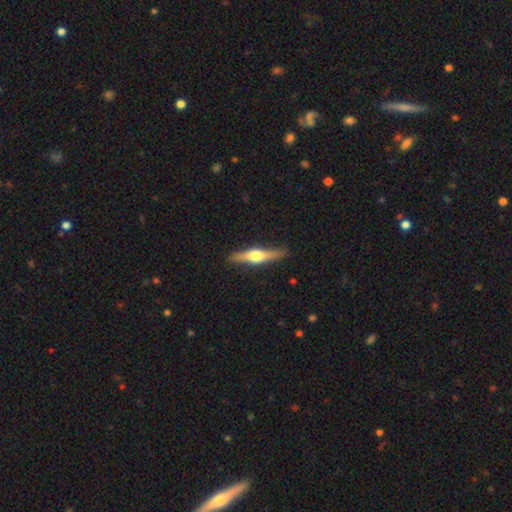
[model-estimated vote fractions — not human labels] smooth-or-featured: featured or disk: 68% | smooth: 27% | star or artifact: 5%
  disk-edge-on: yes: 96% | no: 4%
    edge-on-bulge: rounded: 94% | boxy: 4% | none: 2%
  merging: none: 88% | minor disturbance: 9% | major disturbance: 2% | merger: 1%